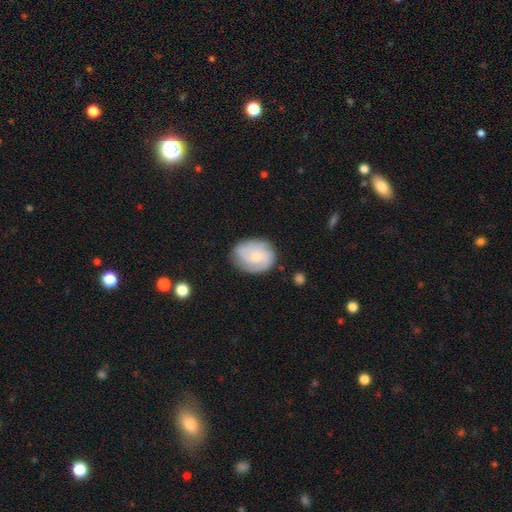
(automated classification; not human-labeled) featured or disk 52%, smooth 42%, star or artifact 7%. Down the decision tree: edge-on disk — no (97%); bar — no (71%); spiral arms — yes (86%); bulge size — small (55%); merging — none (73%).